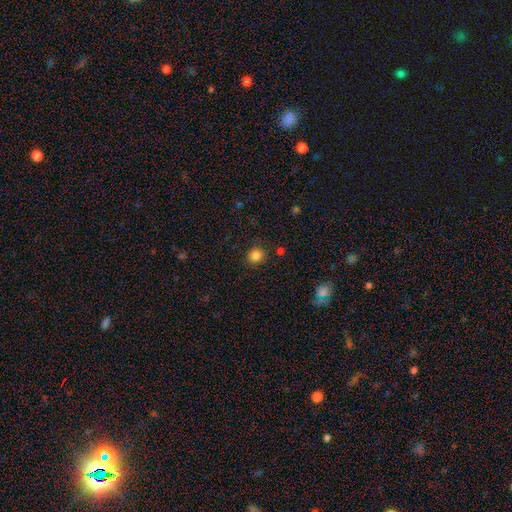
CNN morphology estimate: Smooth or featured?
  - smooth: 84% *
  - star or artifact: 12%
  - featured or disk: 4%
How rounded?
  - round: 88% *
  - in between: 11%
  - cigar-shaped: 1%
Merging?
  - none: 87% *
  - minor disturbance: 8%
  - major disturbance: 3%
  - merger: 2%